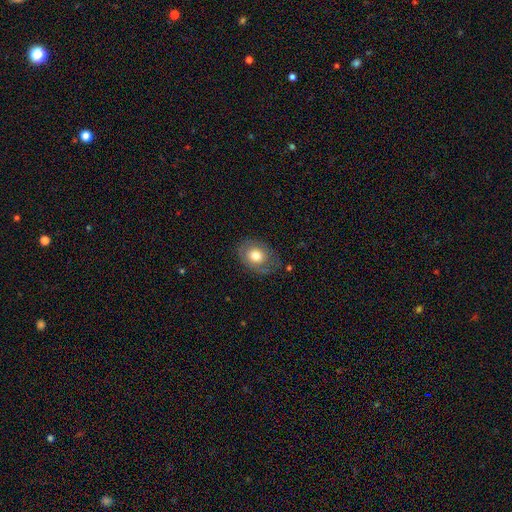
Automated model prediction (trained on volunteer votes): A smooth galaxy with no disk features (66%) that is in between round and cigar-shaped (61%).

Vote fractions:
- Smooth or featured? smooth: 66% / featured or disk: 26% / star or artifact: 8%
- How rounded? in between: 61% / round: 38% / cigar-shaped: 1%
- Merging? none: 72% / minor disturbance: 19% / major disturbance: 7% / merger: 2%